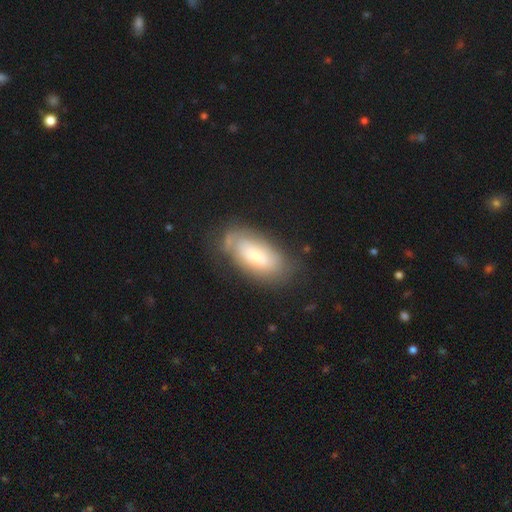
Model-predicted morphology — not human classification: smooth 60%, featured or disk 33%, star or artifact 7%. Down the decision tree: how rounded — in between (88%); merging — none (64%).